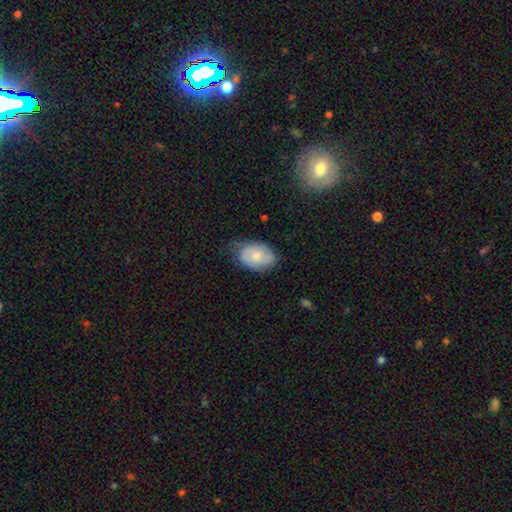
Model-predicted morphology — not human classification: Overall: smooth (52%; featured or disk 42%). How rounded: in between (84%). Merging: none (64%; minor disturbance 28%).